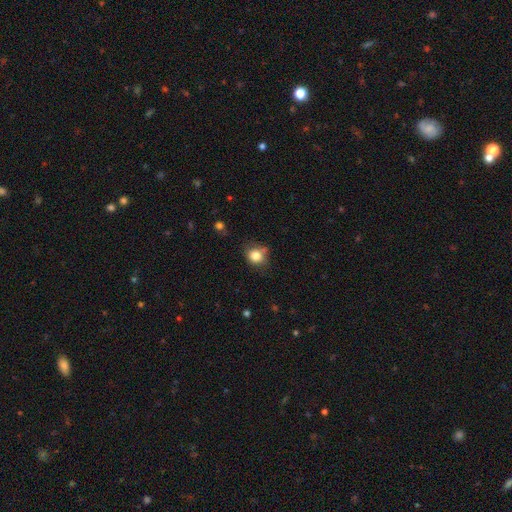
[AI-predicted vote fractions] A smooth galaxy with no disk features (81%) that is round (70%).

Vote fractions:
- Smooth or featured? smooth: 81% / star or artifact: 11% / featured or disk: 8%
- How rounded? round: 70% / in between: 29% / cigar-shaped: 1%
- Merging? none: 64% / minor disturbance: 21% / merger: 9% / major disturbance: 6%